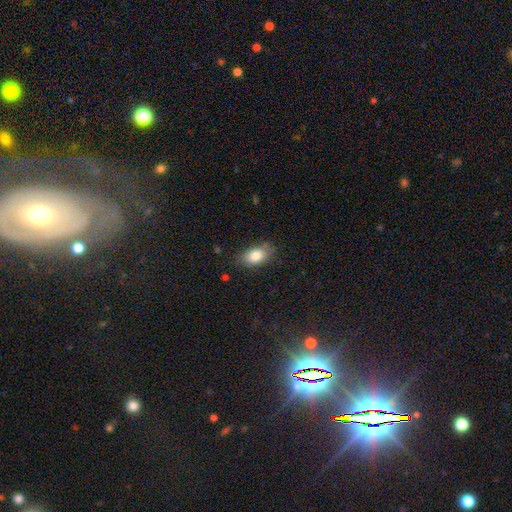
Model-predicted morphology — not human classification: Smooth or featured?
  - smooth: 83% *
  - featured or disk: 9%
  - star or artifact: 7%
How rounded?
  - in between: 89% *
  - round: 8%
  - cigar-shaped: 3%
Merging?
  - none: 76% *
  - minor disturbance: 18%
  - major disturbance: 4%
  - merger: 1%